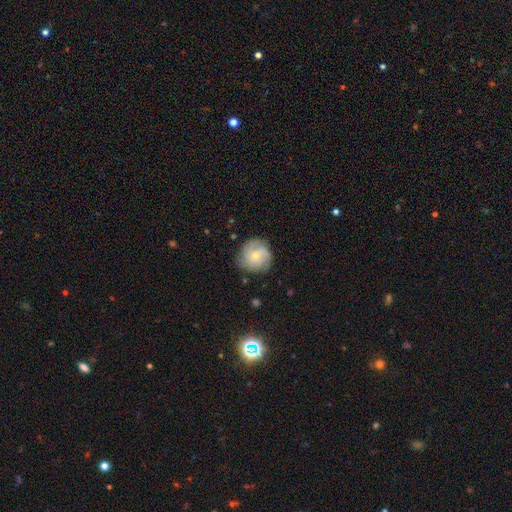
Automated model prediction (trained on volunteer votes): Smooth or featured: smooth — 50% (featured or disk — 42%)
Merging: none — 77% (minor disturbance — 17%)